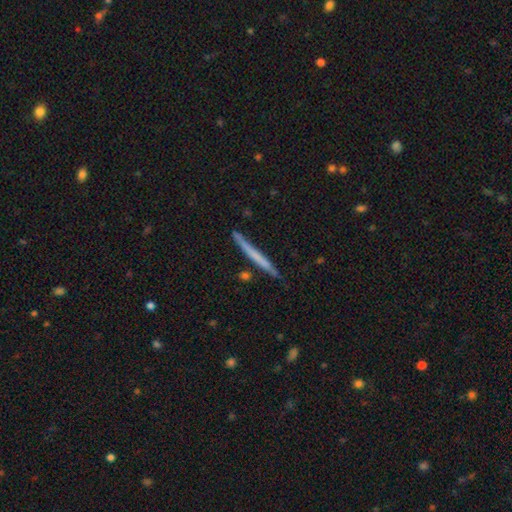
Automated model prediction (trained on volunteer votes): smooth-or-featured: smooth: 51% | featured or disk: 44% | star or artifact: 6%
  how-rounded: cigar-shaped: 97% | in between: 2% | round: 1%
  merging: none: 84% | minor disturbance: 12% | merger: 2% | major disturbance: 2%